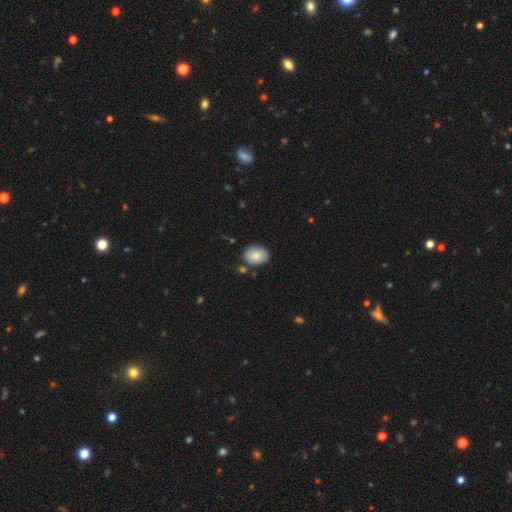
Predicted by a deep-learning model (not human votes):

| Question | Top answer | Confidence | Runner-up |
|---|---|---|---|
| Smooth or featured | smooth | 83% | featured or disk (10%) |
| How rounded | in between | 62% | round (37%) |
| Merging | none | 74% | minor disturbance (17%) |